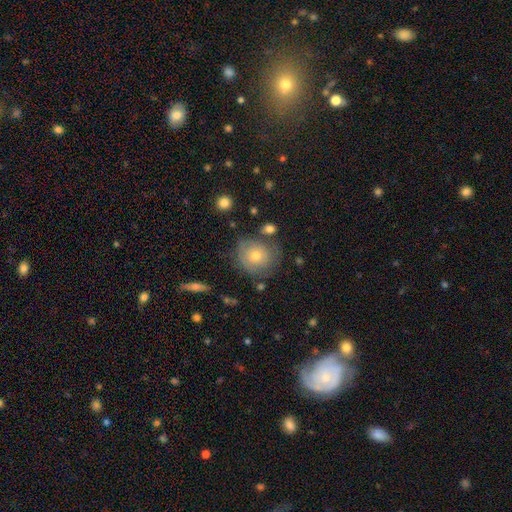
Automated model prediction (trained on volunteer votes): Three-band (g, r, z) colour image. It shows a smooth galaxy with no disk features (59%) that is round (87%). Merging: none (71%).